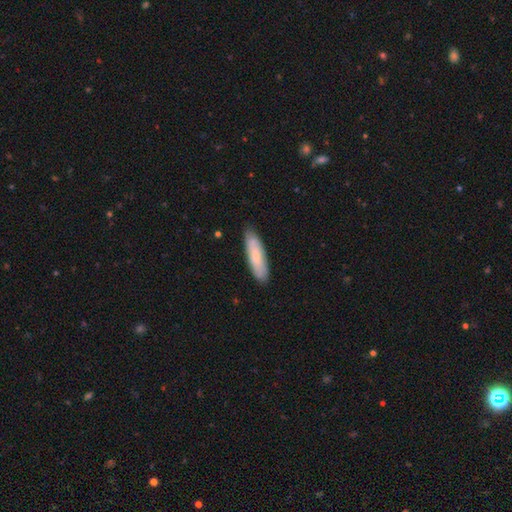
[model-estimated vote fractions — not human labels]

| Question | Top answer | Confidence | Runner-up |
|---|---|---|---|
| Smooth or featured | smooth | 76% | featured or disk (18%) |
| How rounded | cigar-shaped | 68% | in between (30%) |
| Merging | none | 86% | minor disturbance (11%) |